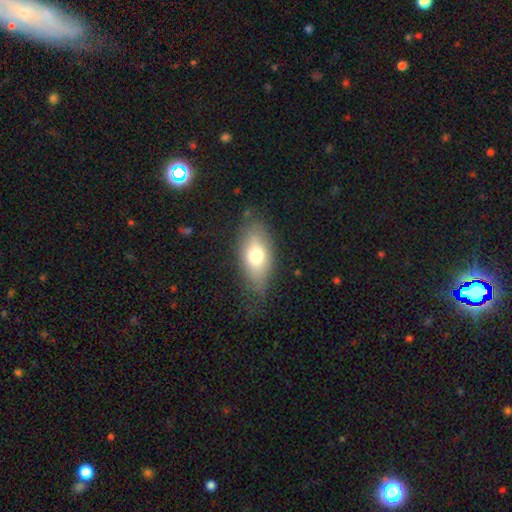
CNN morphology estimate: A smooth galaxy with no disk features (70%) that is in between round and cigar-shaped (86%). Merging: none (71%).